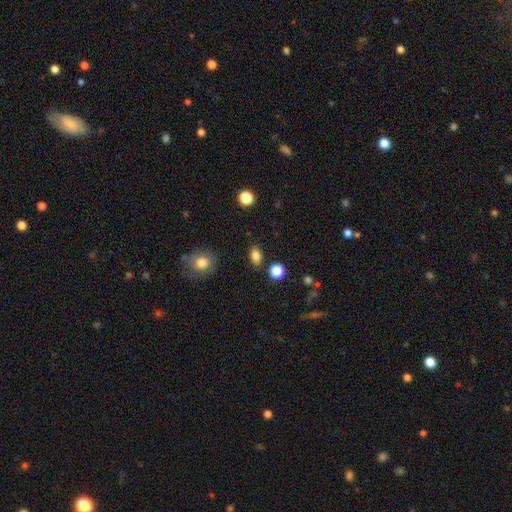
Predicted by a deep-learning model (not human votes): The model was most divided on "how rounded": in between: 80%, round: 18%, cigar-shaped: 2%. More confident: merging — none (85%); smooth or featured — smooth (83%).